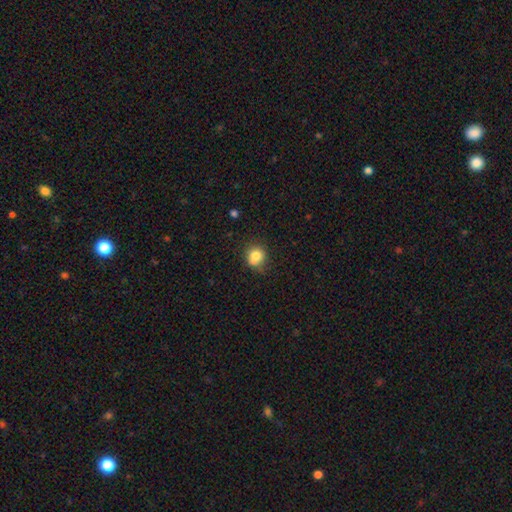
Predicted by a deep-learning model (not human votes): Overall: smooth (79%). How rounded: round (81%). Merging: none (60%; minor disturbance 21%).